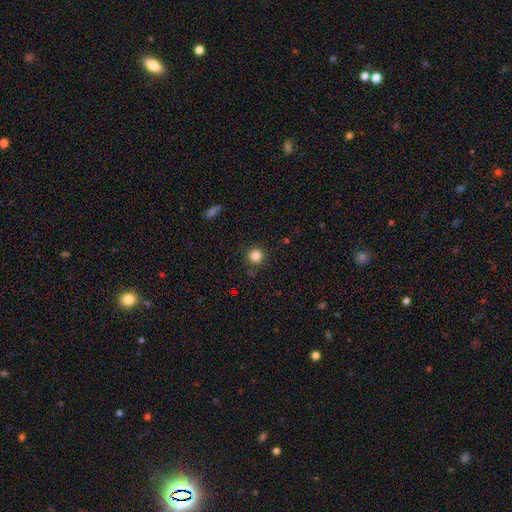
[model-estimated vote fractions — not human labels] A smooth galaxy with no disk features (83%) that is round (95%). Merging: none (89%).